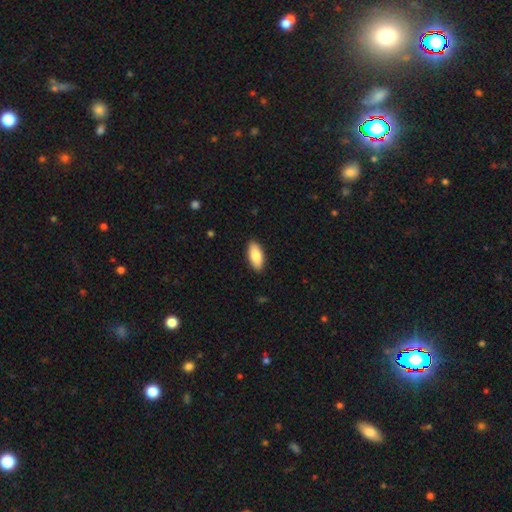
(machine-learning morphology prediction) Smooth or featured: smooth — 85% (featured or disk — 9%)
How rounded: in between — 87% (cigar-shaped — 11%)
Merging: none — 89% (minor disturbance — 8%)